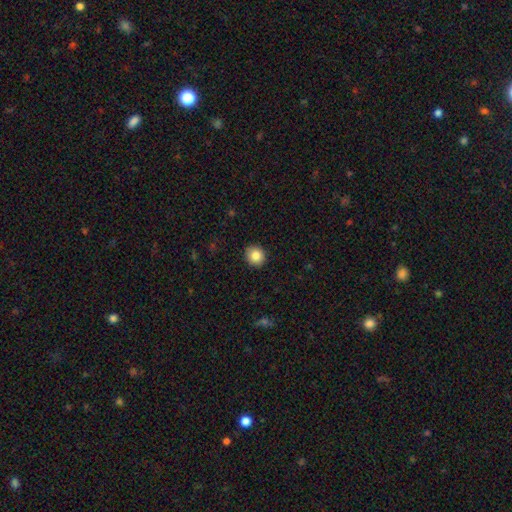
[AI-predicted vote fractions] The model was most divided on "how rounded": round: 87%, in between: 13%, cigar-shaped: 1%. More confident: merging — none (91%); smooth or featured — smooth (85%).